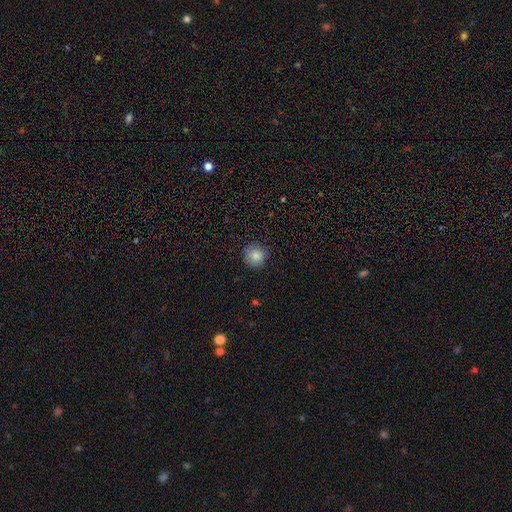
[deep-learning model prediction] Q: Smooth or featured?
A: smooth (84%); runner-up: star or artifact (9%)
Q: How rounded?
A: round (93%); runner-up: in between (6%)
Q: Merging?
A: none (82%); runner-up: minor disturbance (14%)